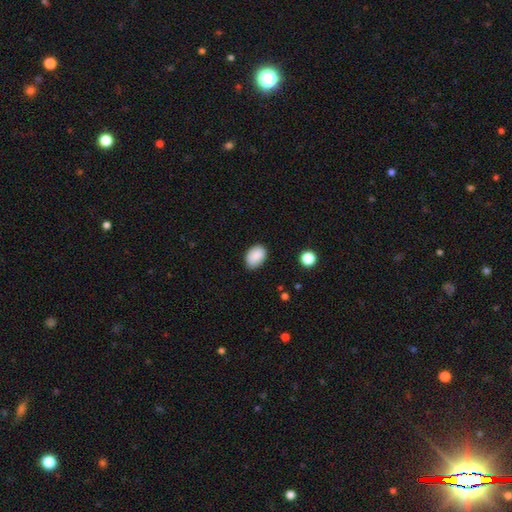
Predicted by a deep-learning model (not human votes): Morphology: type=smooth (87%); roundness=in between (83%); merging=none (79%).